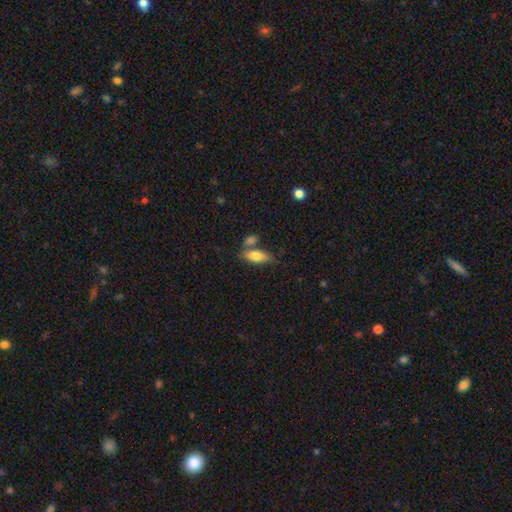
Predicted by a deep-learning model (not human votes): The model was most divided on "merging": none: 54%, merger: 28%, minor disturbance: 14%, major disturbance: 4%. More confident: smooth or featured — smooth (80%); how rounded — in between (78%).